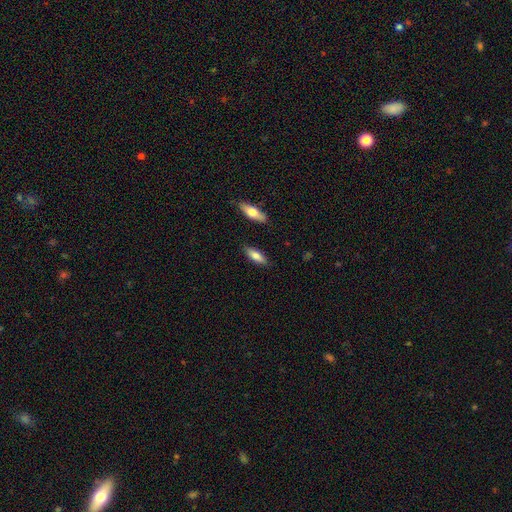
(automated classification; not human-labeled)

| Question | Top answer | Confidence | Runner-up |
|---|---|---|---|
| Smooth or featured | smooth | 76% | featured or disk (18%) |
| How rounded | in between | 60% | cigar-shaped (38%) |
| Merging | none | 83% | minor disturbance (12%) |